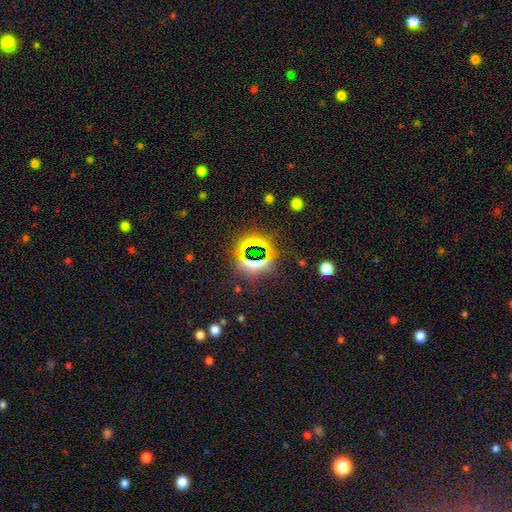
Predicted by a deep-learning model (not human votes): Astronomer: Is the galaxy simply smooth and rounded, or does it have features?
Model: star or artifact — 75%.